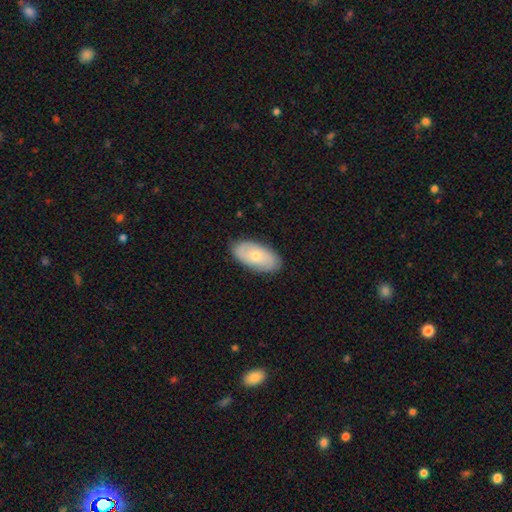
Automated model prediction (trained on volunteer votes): A smooth galaxy with no disk features (57%) that is in between round and cigar-shaped (93%).

Vote fractions:
- Smooth or featured? smooth: 57% / featured or disk: 37% / star or artifact: 6%
- How rounded? in between: 93% / cigar-shaped: 4% / round: 3%
- Merging? none: 86% / minor disturbance: 11% / major disturbance: 2% / merger: 1%